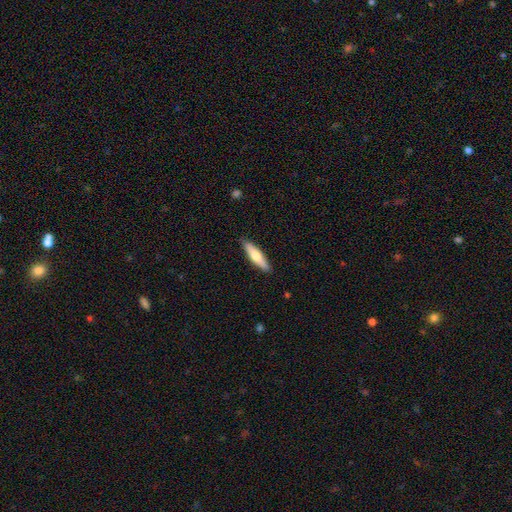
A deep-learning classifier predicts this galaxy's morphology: Q: Smooth or featured?
A: smooth (58%); runner-up: featured or disk (37%)
Q: How rounded?
A: cigar-shaped (75%); runner-up: in between (24%)
Q: Merging?
A: none (88%); runner-up: minor disturbance (9%)